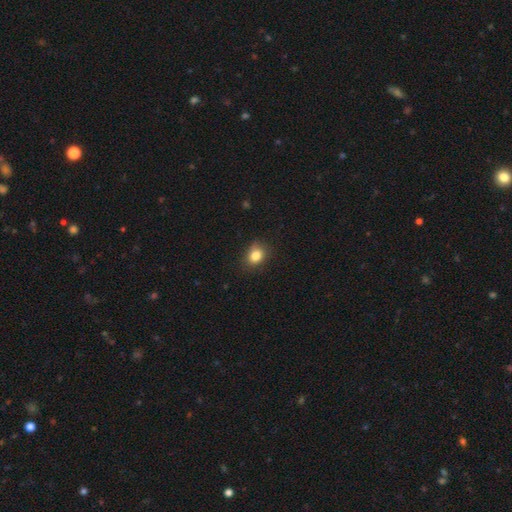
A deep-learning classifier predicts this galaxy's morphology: Q: Smooth or featured?
A: smooth (83%); runner-up: star or artifact (10%)
Q: How rounded?
A: in between (54%); runner-up: round (45%)
Q: Merging?
A: none (75%); runner-up: minor disturbance (20%)